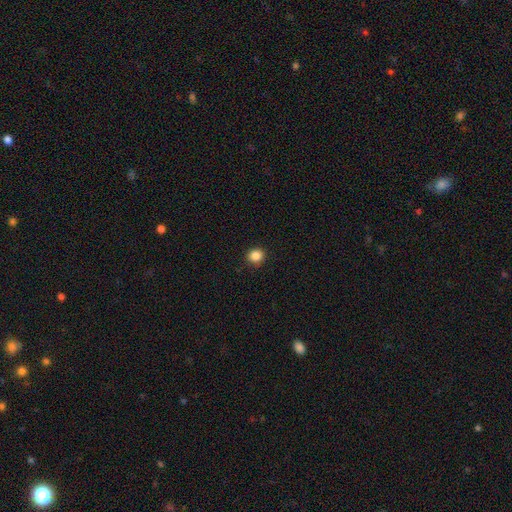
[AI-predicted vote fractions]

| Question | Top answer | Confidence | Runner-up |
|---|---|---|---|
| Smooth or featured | smooth | 86% | star or artifact (11%) |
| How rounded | round | 88% | in between (11%) |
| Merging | none | 91% | minor disturbance (7%) |